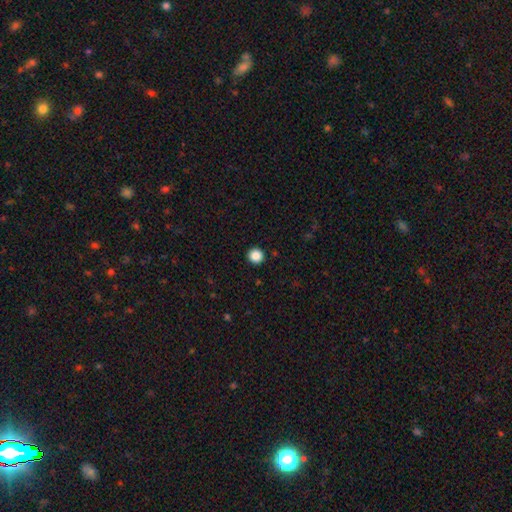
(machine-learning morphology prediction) Smooth or featured: smooth — 87% (star or artifact — 10%)
How rounded: round — 95% (in between — 4%)
Merging: none — 94% (minor disturbance — 4%)